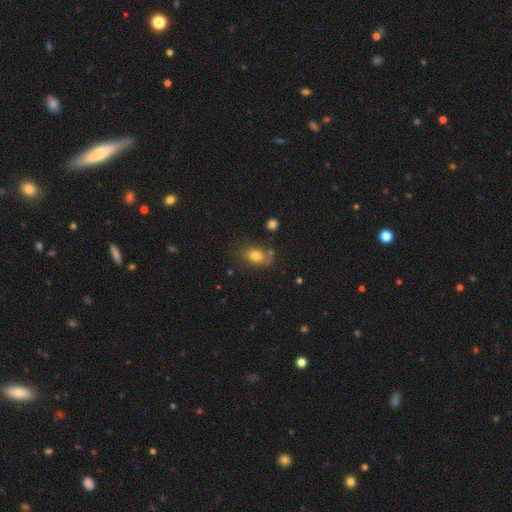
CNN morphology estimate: smooth 75%, featured or disk 15%, star or artifact 10%. Down the decision tree: how rounded — in between (73%); merging — none (61%).